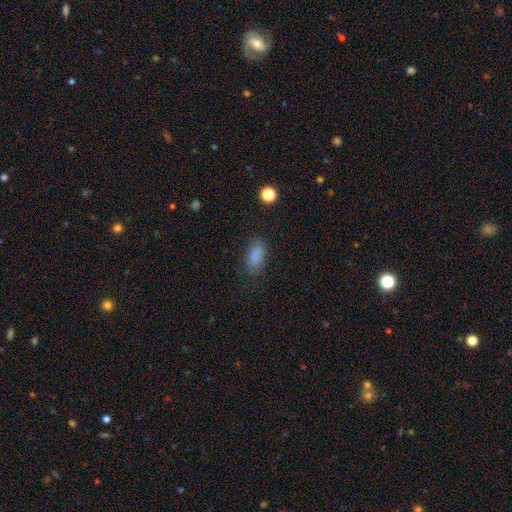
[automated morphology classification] smooth-or-featured: smooth: 84% | star or artifact: 10% | featured or disk: 6%
  how-rounded: in between: 89% | cigar-shaped: 7% | round: 5%
  merging: none: 76% | minor disturbance: 17% | major disturbance: 6% | merger: 2%